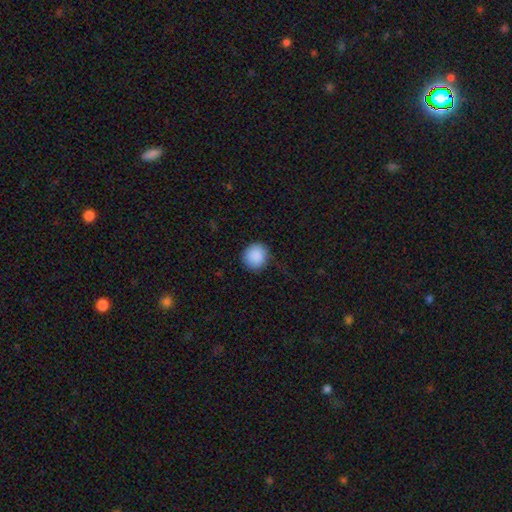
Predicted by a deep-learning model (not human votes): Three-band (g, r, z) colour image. It shows a smooth galaxy with no disk features (89%) that is round (89%). Merging: none (78%).